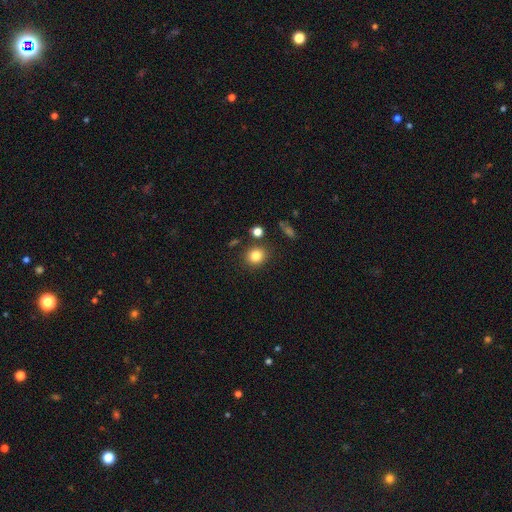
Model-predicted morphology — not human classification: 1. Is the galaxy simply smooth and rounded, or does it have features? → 82% smooth, 11% star or artifact, 6% featured or disk.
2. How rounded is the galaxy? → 82% round, 17% in between, 1% cigar-shaped.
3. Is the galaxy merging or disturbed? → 83% none, 9% minor disturbance, 5% merger, 3% major disturbance.